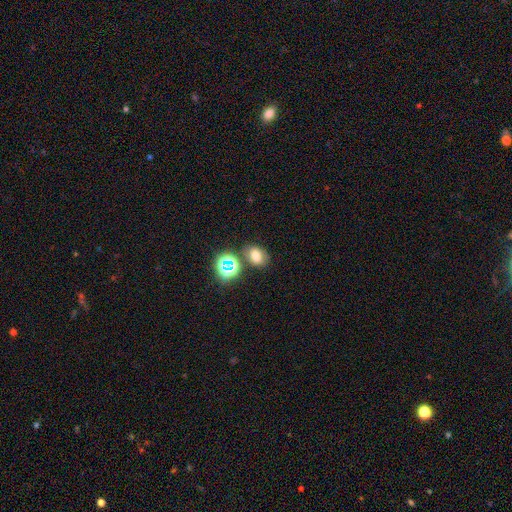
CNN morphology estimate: Smooth or featured? smooth (66%)
How rounded? in between (62%)
Merging? none (72%)